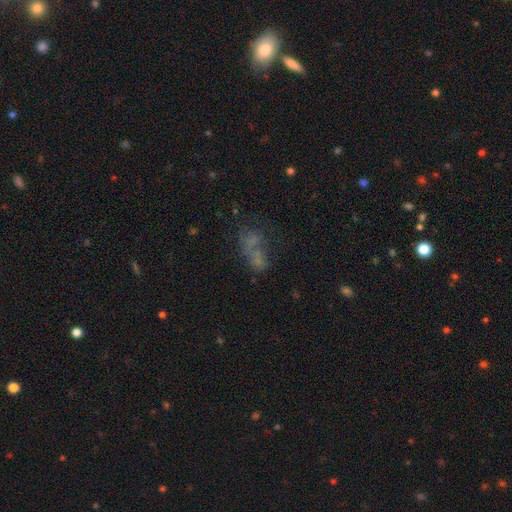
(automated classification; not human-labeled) Smooth or featured: smooth — 52% (featured or disk — 28%)
How rounded: in between — 76% (round — 19%)
Merging: merger — 50% (none — 24%)